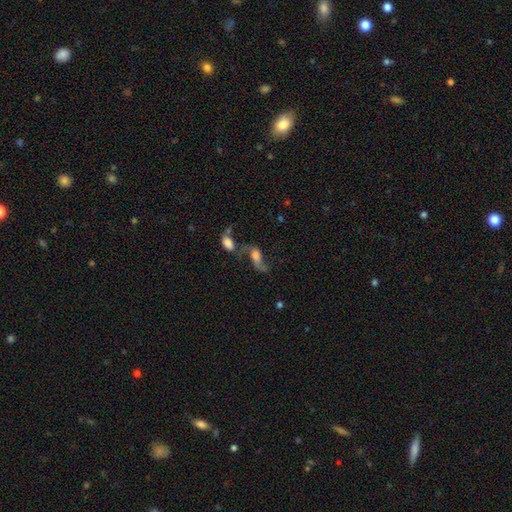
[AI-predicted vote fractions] The model was most divided on "smooth or featured": featured or disk: 52%, smooth: 36%, star or artifact: 13%. Remaining: edge-on disk — no (91%); merging — merger (48%).